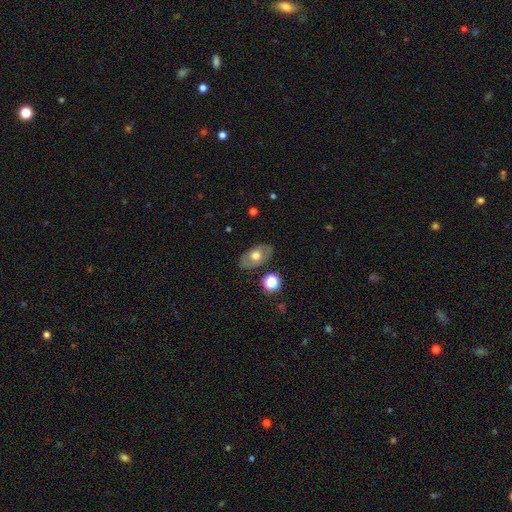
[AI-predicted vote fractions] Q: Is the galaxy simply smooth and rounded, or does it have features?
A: smooth — 55%.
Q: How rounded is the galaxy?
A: in between — 88%.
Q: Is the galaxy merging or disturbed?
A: none — 83%.